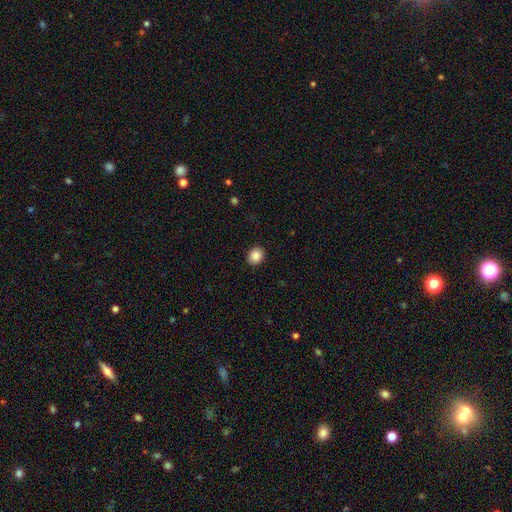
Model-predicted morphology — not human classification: Smooth or featured? smooth (87%)
How rounded? round (60%)
Merging? none (91%)